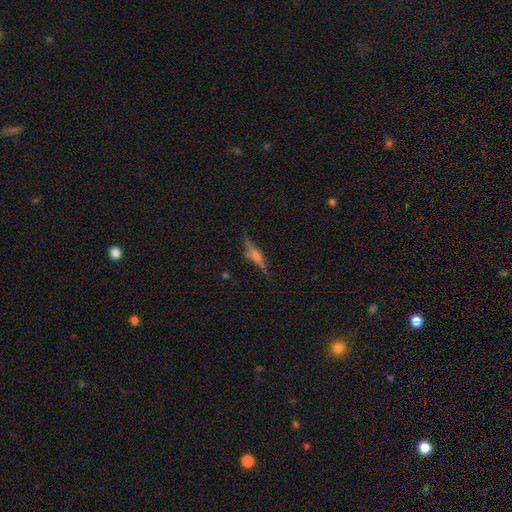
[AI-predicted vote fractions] A featured or disk galaxy (69%) viewed edge-on (96%) with a rounded central bulge (75%). Merging: none (81%).